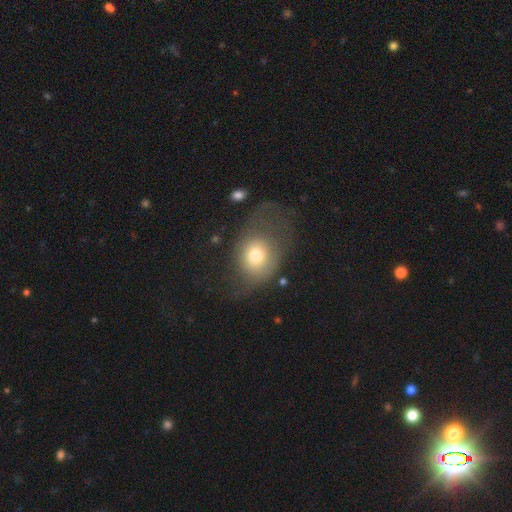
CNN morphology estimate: type=smooth (63%); roundness=round (50%); merging=major disturbance (42%).